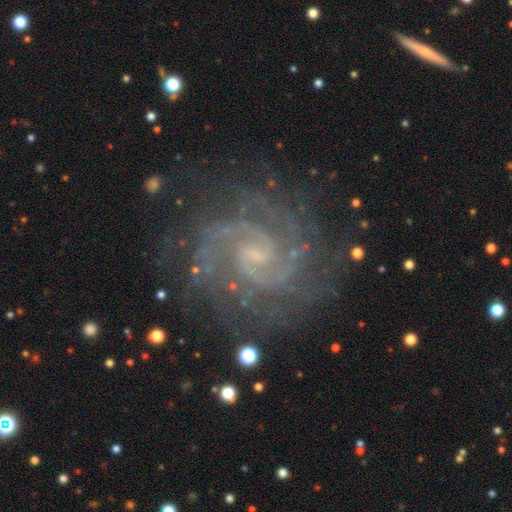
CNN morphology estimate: Q: Smooth or featured?
A: featured or disk (92%); runner-up: star or artifact (5%)
Q: Edge-on disk?
A: no (98%); runner-up: yes (2%)
Q: Bar?
A: weak (57%); runner-up: no (29%)
Q: Spiral arms?
A: yes (99%); runner-up: no (1%)
Q: Spiral winding?
A: tight (56%); runner-up: medium (39%)
Q: Spiral arm count?
A: 2 (80%); runner-up: 3 (7%)
Q: Bulge size?
A: small (63%); runner-up: none (21%)
Q: Merging?
A: none (78%); runner-up: minor disturbance (14%)